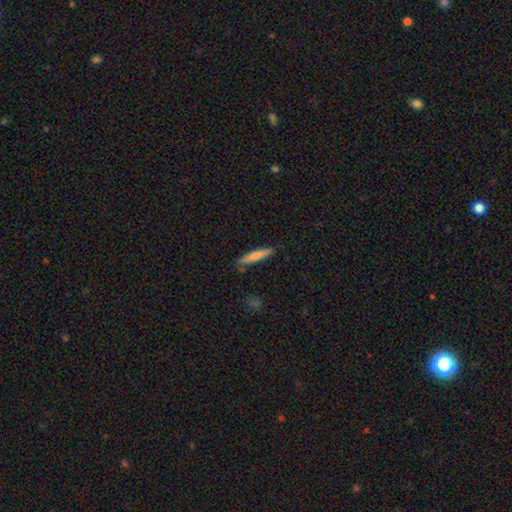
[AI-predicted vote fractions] smooth-or-featured: smooth: 75% | featured or disk: 19% | star or artifact: 6%
  how-rounded: cigar-shaped: 90% | in between: 9% | round: 1%
  merging: none: 84% | minor disturbance: 12% | merger: 2% | major disturbance: 2%